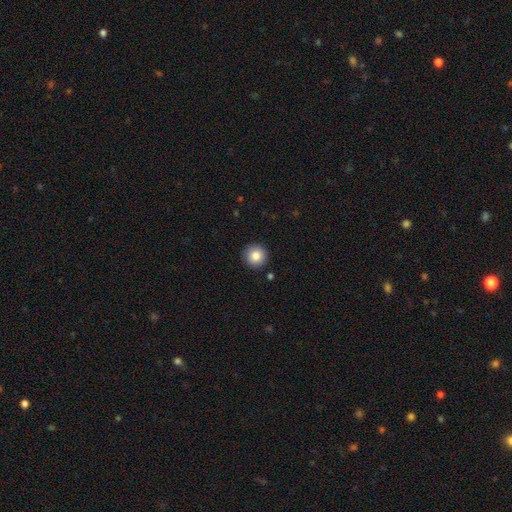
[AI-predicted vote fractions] This appears to be a smooth galaxy with no disk features (85%) that is round (95%). Merging: none (91%).